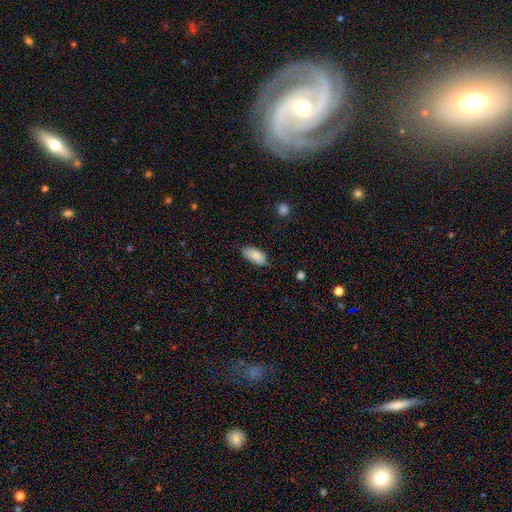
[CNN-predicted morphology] This appears to be a smooth galaxy with no disk features (85%) that is in between round and cigar-shaped (91%). Merging: none (72%).